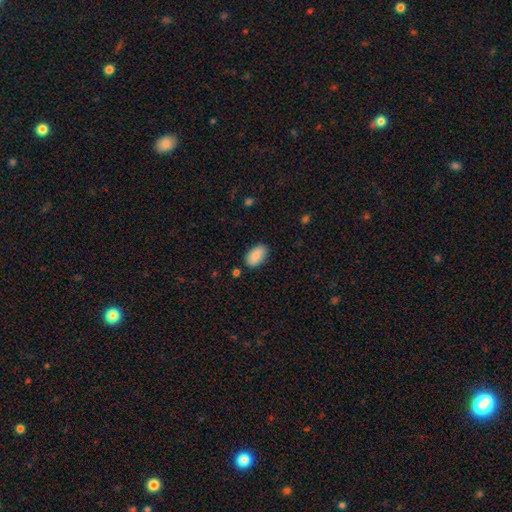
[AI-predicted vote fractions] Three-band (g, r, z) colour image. It shows a smooth galaxy with no disk features (88%) that is in between round and cigar-shaped (94%). Merging: none (84%).